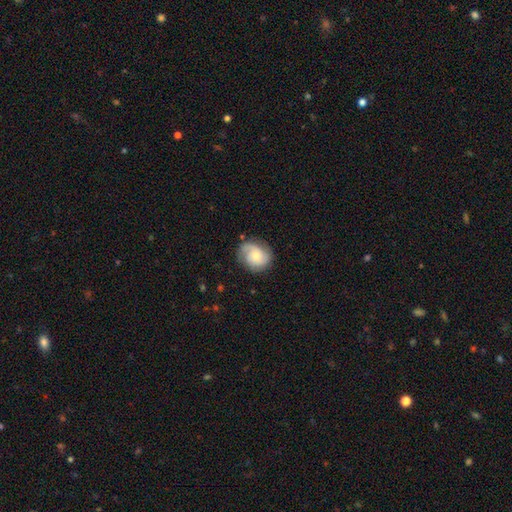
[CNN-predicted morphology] smooth-or-featured: featured or disk: 60% | smooth: 33% | star or artifact: 7%
  disk-edge-on: no: 98% | yes: 2%
    bar: no: 74% | weak: 23% | strong: 3%
    has-spiral-arms: yes: 92% | no: 8%
      spiral-winding: medium: 42% | tight: 40% | loose: 19%
      spiral-arm-count: 2: 50% | 3: 17% | can't tell: 16% | 1: 12% | 4: 3% | more than 4: 2%
    bulge-size: small: 51% | moderate: 40% | large: 4% | none: 3% | dominant: 1%
  merging: none: 73% | minor disturbance: 18% | major disturbance: 7% | merger: 1%